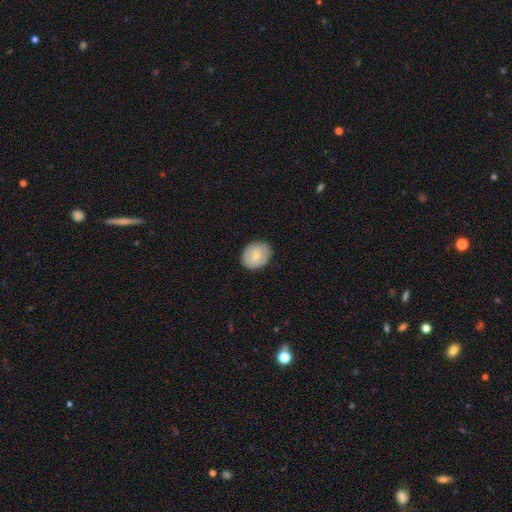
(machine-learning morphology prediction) A smooth galaxy with no disk features (73%) that is round (51%).

Vote fractions:
- Smooth or featured? smooth: 73% / featured or disk: 20% / star or artifact: 7%
- How rounded? round: 51% / in between: 48% / cigar-shaped: 1%
- Merging? none: 86% / minor disturbance: 11% / major disturbance: 2% / merger: 1%